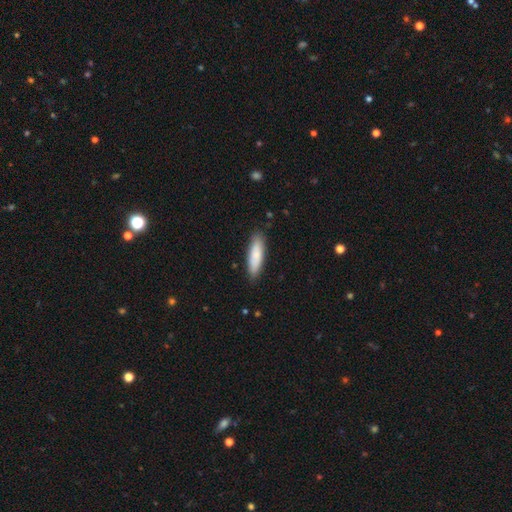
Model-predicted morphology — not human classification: A smooth galaxy with no disk features (82%) that is cigar-shaped (59%). Merging: none (85%).